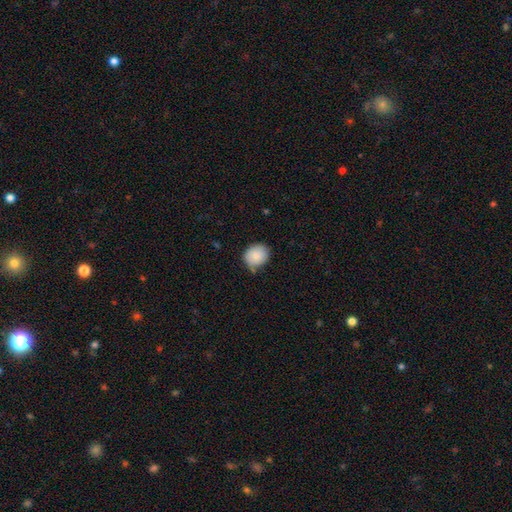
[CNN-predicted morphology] Overall: smooth (87%). How rounded: round (66%; in between 33%). Merging: none (71%).